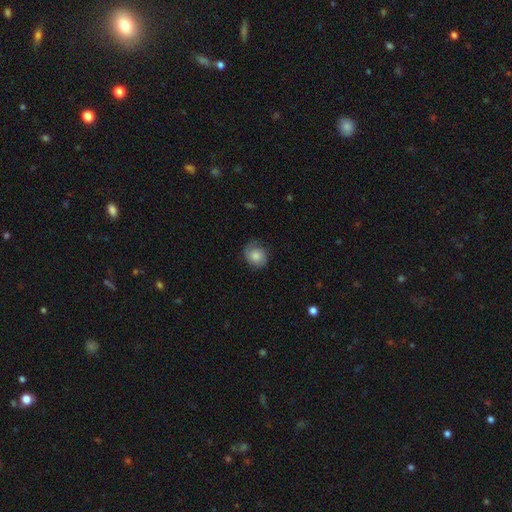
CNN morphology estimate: type=smooth (67%); roundness=round (69%); merging=none (72%).